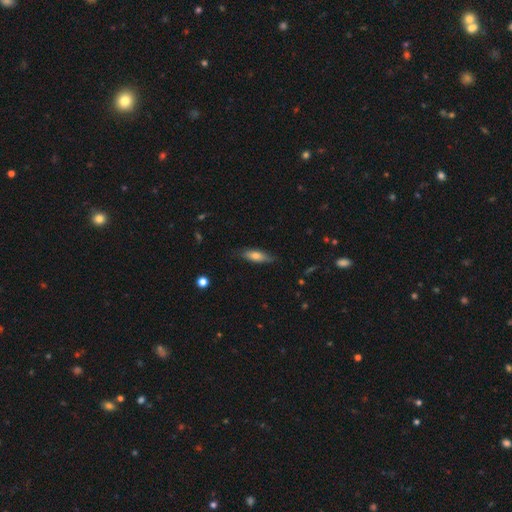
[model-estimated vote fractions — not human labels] A smooth galaxy with no disk features (65%) that is cigar-shaped (52%).

Vote fractions:
- Smooth or featured? smooth: 65% / featured or disk: 28% / star or artifact: 7%
- How rounded? cigar-shaped: 52% / in between: 45% / round: 2%
- Merging? none: 79% / minor disturbance: 17% / major disturbance: 3% / merger: 1%